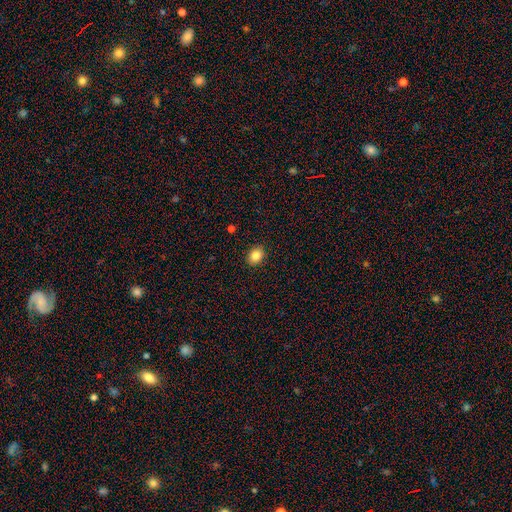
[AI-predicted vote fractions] Smooth or featured? Predicted: smooth (p=0.86). How rounded? Predicted: round (p=0.53). Merging? Predicted: none (p=0.90).